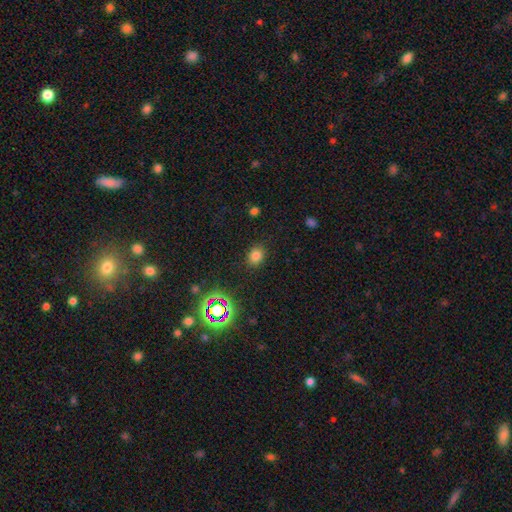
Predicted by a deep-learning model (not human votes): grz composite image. It shows a smooth galaxy with no disk features (75%) that is round (53%). Merging: none (86%).